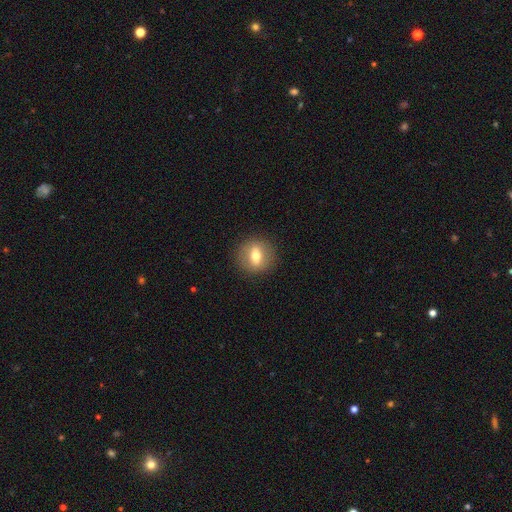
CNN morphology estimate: smooth-or-featured: smooth: 57% | featured or disk: 33% | star or artifact: 9%
  how-rounded: round: 74% | in between: 23% | cigar-shaped: 2%
  merging: none: 88% | minor disturbance: 8% | major disturbance: 3% | merger: 1%